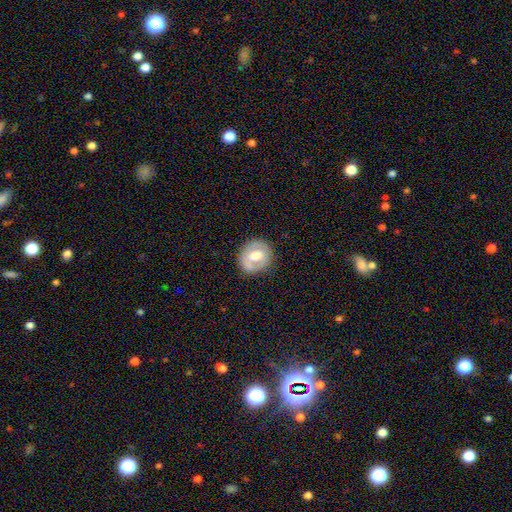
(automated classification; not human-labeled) smooth_or_featured: smooth (p=0.51) [alt: featured or disk p=0.43]
how_rounded: round (p=0.72) [alt: in between p=0.27]
merging: none (p=0.78) [alt: minor disturbance p=0.15]